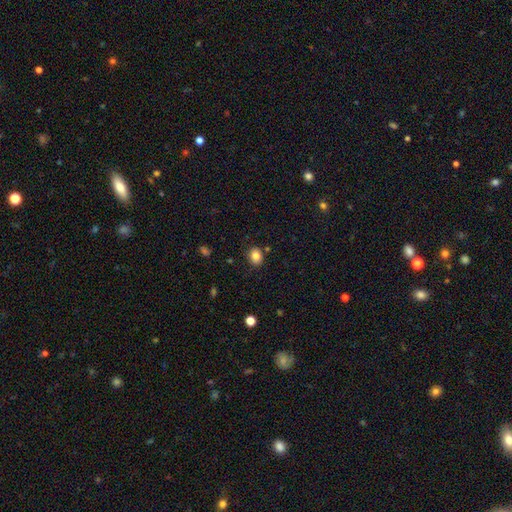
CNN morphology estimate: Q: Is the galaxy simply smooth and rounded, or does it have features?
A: smooth — 84%.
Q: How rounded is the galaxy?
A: round — 51%.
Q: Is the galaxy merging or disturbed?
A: none — 85%.